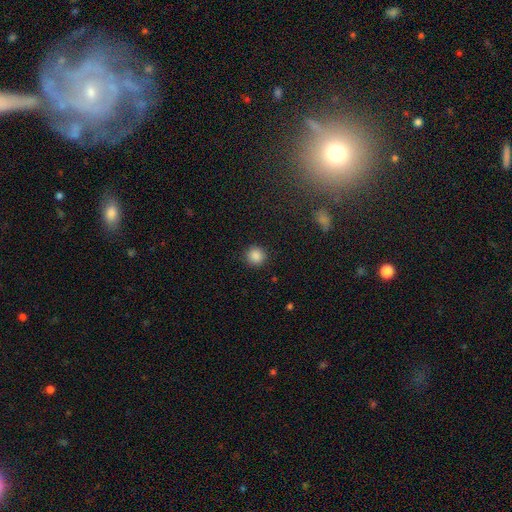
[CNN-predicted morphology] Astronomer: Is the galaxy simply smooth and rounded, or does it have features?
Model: smooth — 87%.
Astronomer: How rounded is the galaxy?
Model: round — 94%.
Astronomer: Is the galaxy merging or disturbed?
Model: none — 91%.